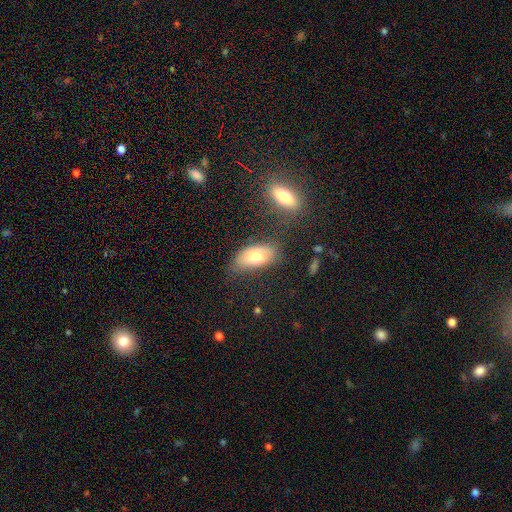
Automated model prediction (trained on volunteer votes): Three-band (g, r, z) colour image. It shows a smooth galaxy with no disk features (69%) that is in between round and cigar-shaped (91%). Merging: none (66%).